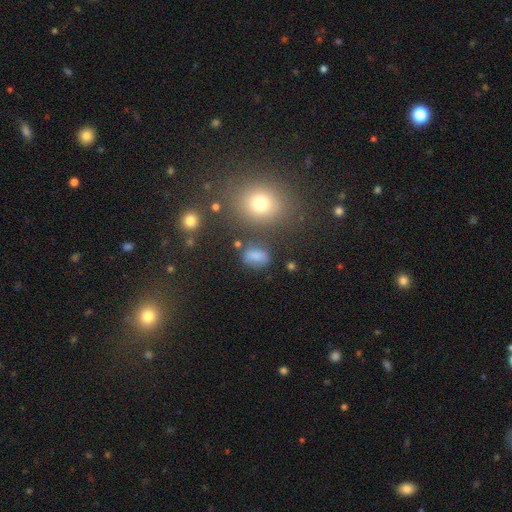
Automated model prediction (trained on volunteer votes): Smooth or featured? Predicted: smooth (p=0.74). How rounded? Predicted: in between (p=0.75). Merging? Predicted: none (p=0.63).